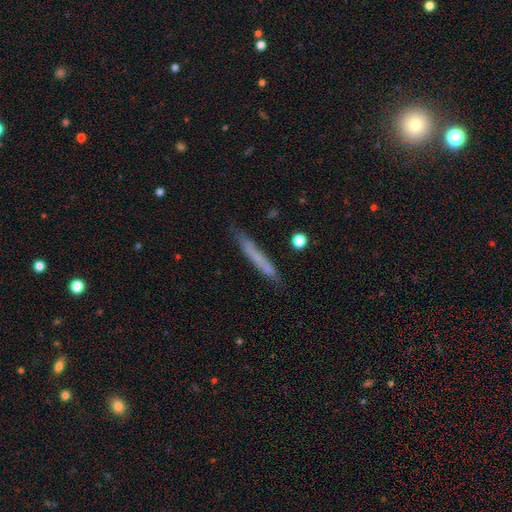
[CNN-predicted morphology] This appears to be a smooth galaxy with no disk features (61%) that is cigar-shaped (95%). Merging: none (77%).